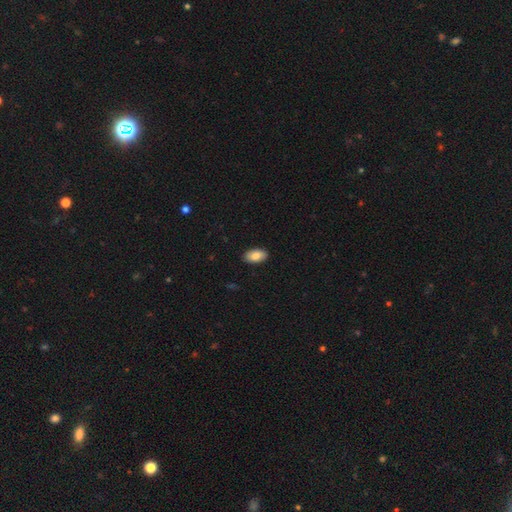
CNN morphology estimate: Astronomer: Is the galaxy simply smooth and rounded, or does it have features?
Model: smooth — 82%.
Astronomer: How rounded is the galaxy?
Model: in between — 95%.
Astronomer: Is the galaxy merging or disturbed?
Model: none — 90%.